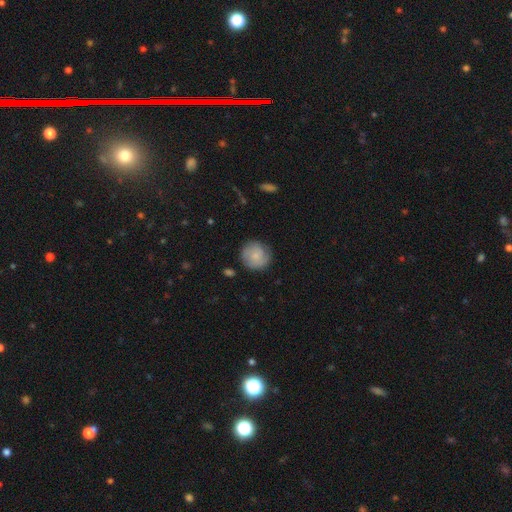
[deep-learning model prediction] smooth-or-featured: smooth: 65% | featured or disk: 28% | star or artifact: 7%
  how-rounded: round: 91% | in between: 8% | cigar-shaped: 1%
  merging: none: 80% | minor disturbance: 14% | major disturbance: 4% | merger: 2%